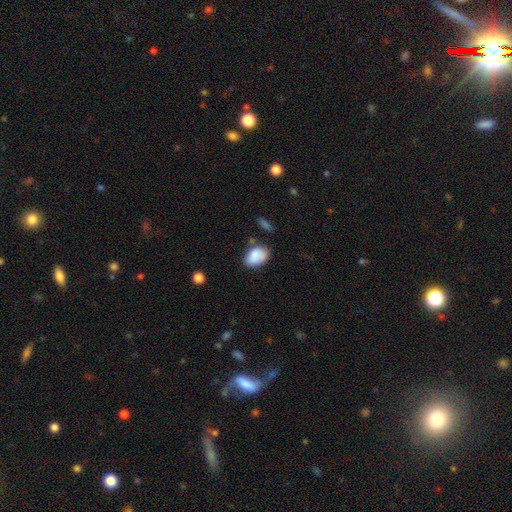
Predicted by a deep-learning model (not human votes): This appears to be a smooth galaxy with no disk features (87%) that is in between round and cigar-shaped (86%). Merging: none (65%).